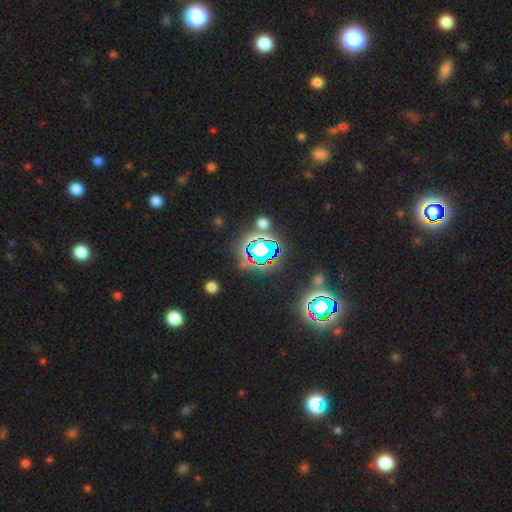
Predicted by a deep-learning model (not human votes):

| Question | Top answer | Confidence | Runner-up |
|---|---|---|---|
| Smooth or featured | star or artifact | 79% | smooth (14%) |